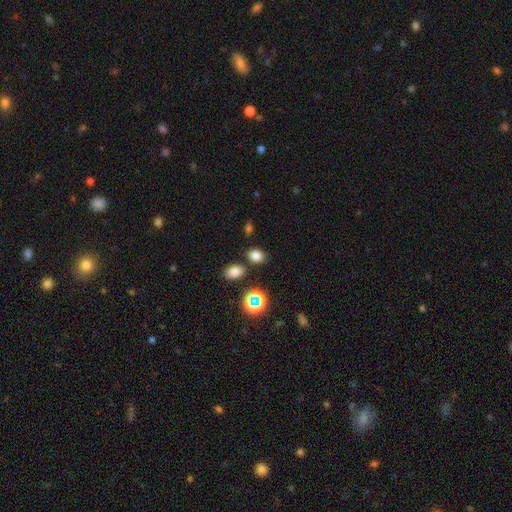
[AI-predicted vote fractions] This is likely a smooth galaxy (77%). How rounded: likely in between (65%). Merging: likely none (76%).